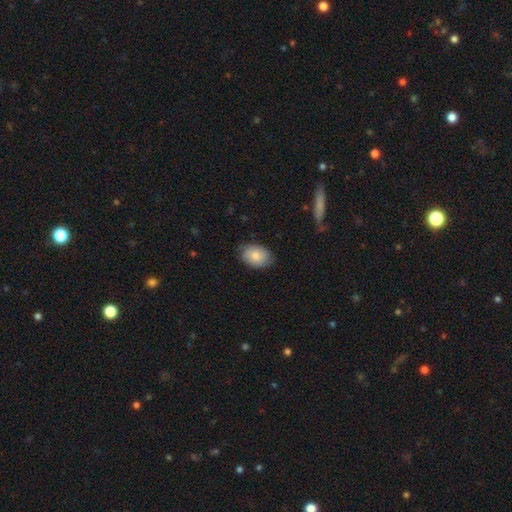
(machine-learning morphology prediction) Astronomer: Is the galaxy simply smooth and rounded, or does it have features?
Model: smooth — 82%.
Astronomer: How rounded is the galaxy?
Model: in between — 77%.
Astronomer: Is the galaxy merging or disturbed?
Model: none — 80%.